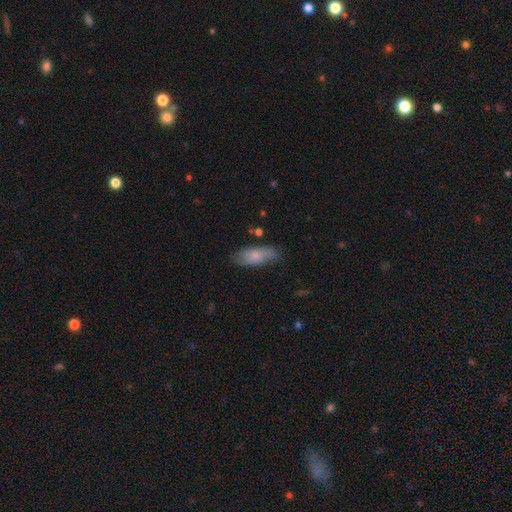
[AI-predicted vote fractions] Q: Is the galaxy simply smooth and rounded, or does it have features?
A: smooth — 67%.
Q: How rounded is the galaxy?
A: in between — 77%.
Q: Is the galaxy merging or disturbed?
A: none — 66%.